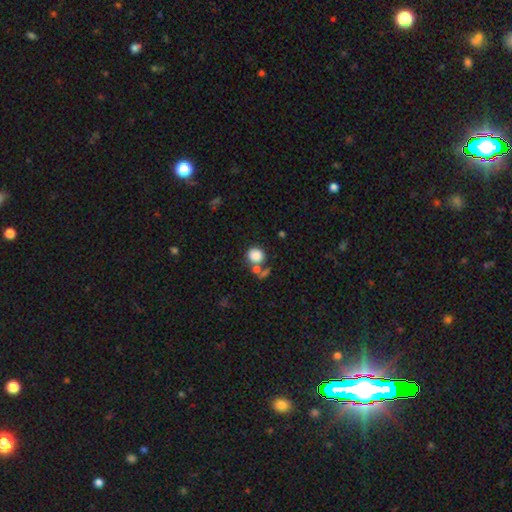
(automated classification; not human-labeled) This is clearly a smooth galaxy (84%). How rounded: likely round (76%). Merging: possibly none (59%).